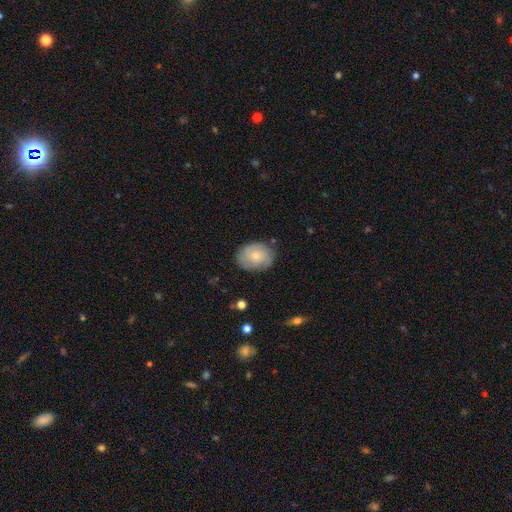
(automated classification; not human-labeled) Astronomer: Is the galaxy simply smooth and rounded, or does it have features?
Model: smooth — 54% (runner-up: featured or disk, 39%).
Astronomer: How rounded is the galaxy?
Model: in between — 57% (runner-up: round, 42%).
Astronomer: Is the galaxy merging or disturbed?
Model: none — 76%.